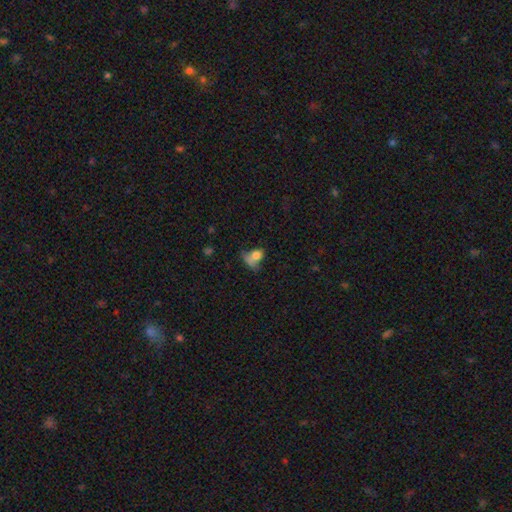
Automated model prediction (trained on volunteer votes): A smooth galaxy with no disk features (72%) that is in between round and cigar-shaped (60%).

Vote fractions:
- Smooth or featured? smooth: 72% / featured or disk: 15% / star or artifact: 13%
- How rounded? in between: 60% / round: 37% / cigar-shaped: 3%
- Merging? major disturbance: 27% (tied) / none: 27% (tied) / merger: 25% / minor disturbance: 21%